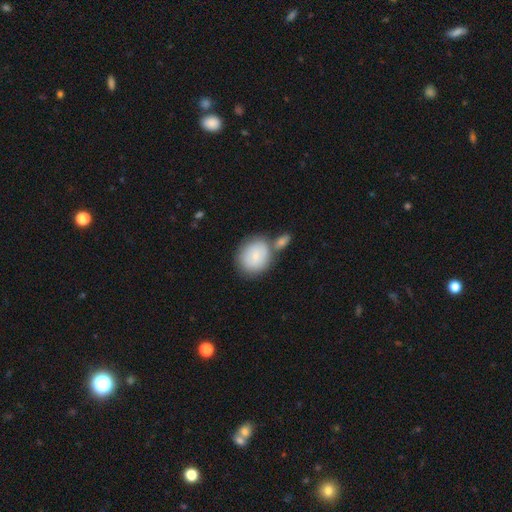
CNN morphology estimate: Smooth or featured? Predicted: smooth (p=0.79). How rounded? Predicted: round (p=0.65). Merging? Predicted: none (p=0.50).